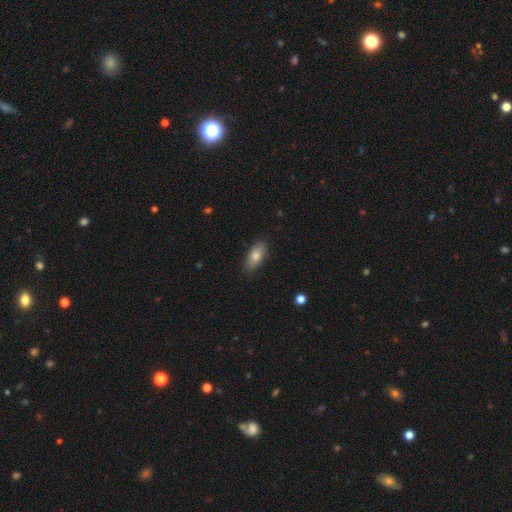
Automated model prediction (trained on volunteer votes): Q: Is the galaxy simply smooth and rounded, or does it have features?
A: smooth — 77%.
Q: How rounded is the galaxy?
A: in between — 85%.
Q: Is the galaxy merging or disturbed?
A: none — 86%.